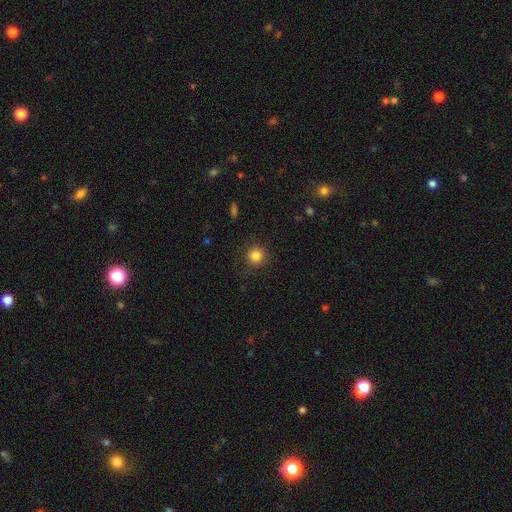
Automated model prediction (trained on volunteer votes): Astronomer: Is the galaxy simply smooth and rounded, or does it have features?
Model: smooth — 83%.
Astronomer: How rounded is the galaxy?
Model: round — 94%.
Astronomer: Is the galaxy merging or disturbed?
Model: none — 88%.